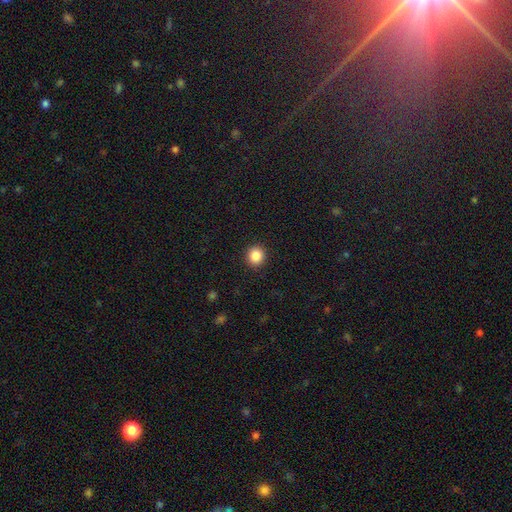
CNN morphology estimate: Overall: smooth (87%). How rounded: round (91%). Merging: none (93%).